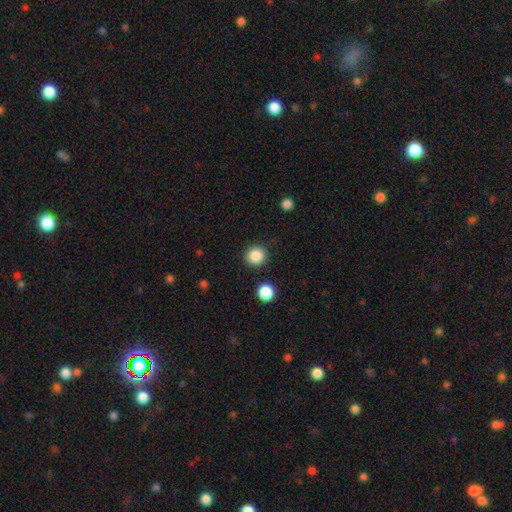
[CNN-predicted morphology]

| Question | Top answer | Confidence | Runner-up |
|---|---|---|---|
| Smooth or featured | smooth | 86% | star or artifact (10%) |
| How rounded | round | 93% | in between (6%) |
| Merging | none | 89% | minor disturbance (6%) |